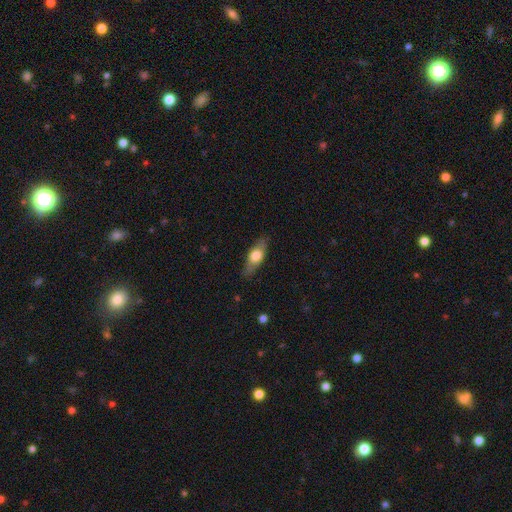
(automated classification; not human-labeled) Morphology: type=smooth (49%); merging=none (83%).